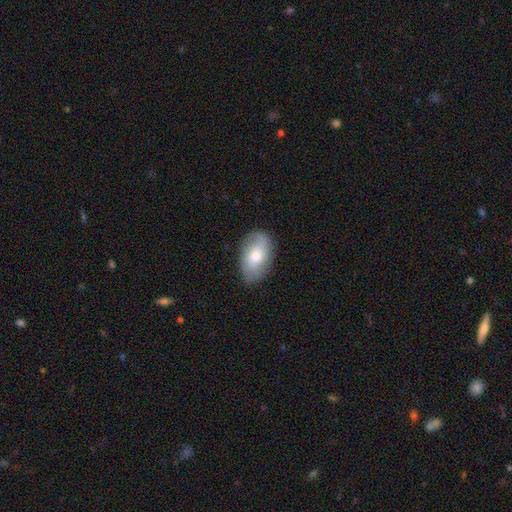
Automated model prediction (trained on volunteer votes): Smooth or featured? smooth (58%)
How rounded? in between (92%)
Merging? none (80%)